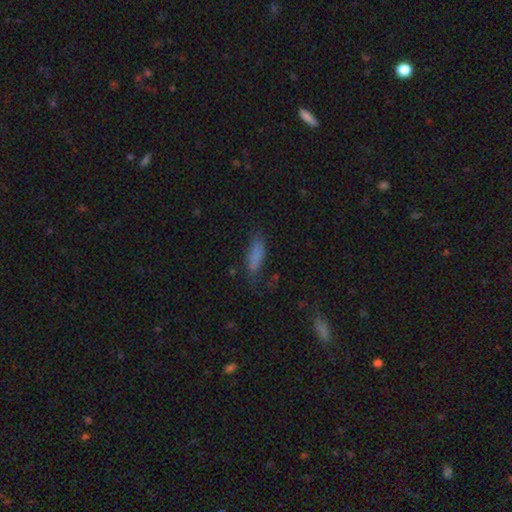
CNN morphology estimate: A smooth galaxy with no disk features (77%) that is in between round and cigar-shaped (62%). Merging: none (57%).